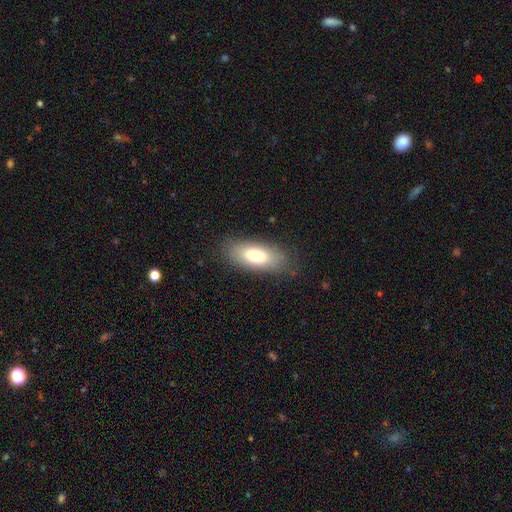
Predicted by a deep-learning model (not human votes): Smooth or featured? Predicted: smooth (p=0.79). How rounded? Predicted: in between (p=0.82). Merging? Predicted: none (p=0.82).